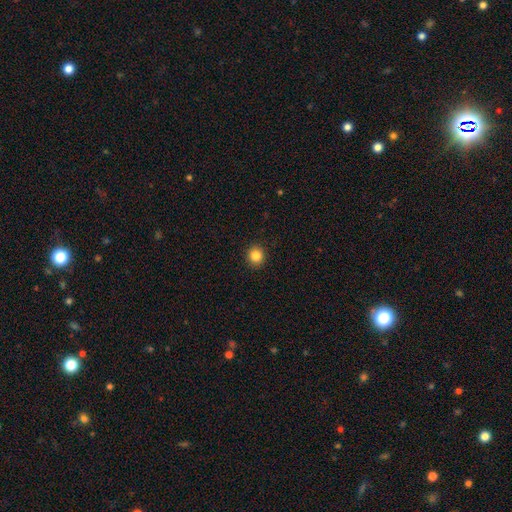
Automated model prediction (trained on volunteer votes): A smooth galaxy with no disk features (85%) that is round (88%). Merging: none (92%).